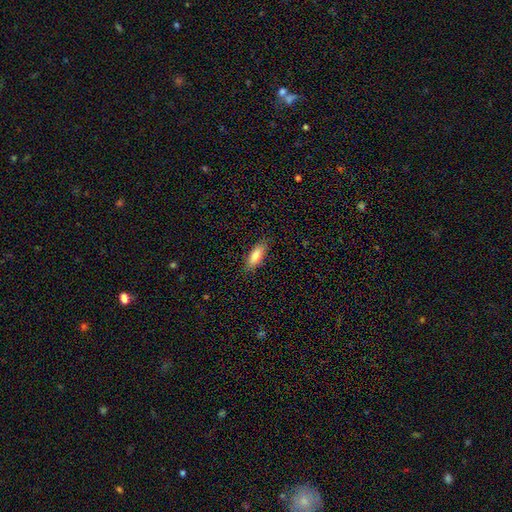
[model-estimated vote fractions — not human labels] smooth-or-featured: smooth: 80% | featured or disk: 13% | star or artifact: 7%
  how-rounded: in between: 68% | cigar-shaped: 29% | round: 2%
  merging: none: 85% | minor disturbance: 12% | major disturbance: 2% | merger: 1%